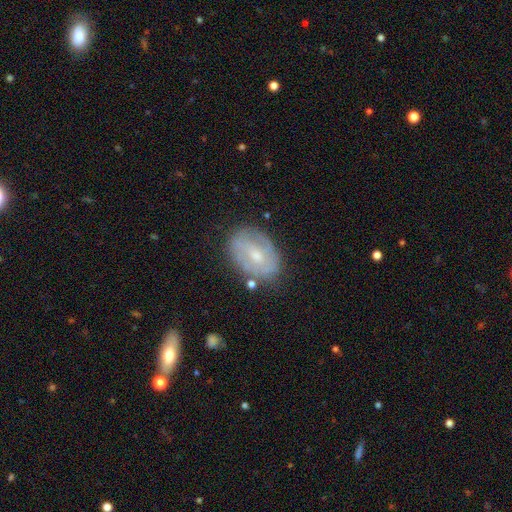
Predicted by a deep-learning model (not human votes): Morphology: type=featured or disk (65%); edge-on=no (96%); bar=no (46%); spiral arms=yes (75%); bulge=moderate (47%); merging=none (72%).